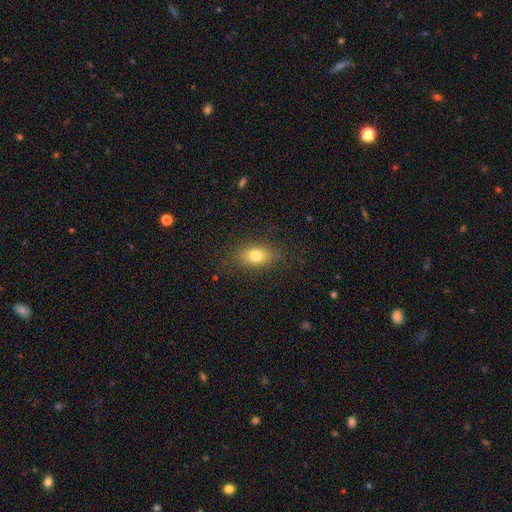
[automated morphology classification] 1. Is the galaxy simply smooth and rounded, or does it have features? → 78% smooth, 12% featured or disk, 10% star or artifact.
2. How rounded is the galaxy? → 82% in between, 15% round, 4% cigar-shaped.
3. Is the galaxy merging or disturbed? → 84% none, 11% minor disturbance, 4% major disturbance, 1% merger.